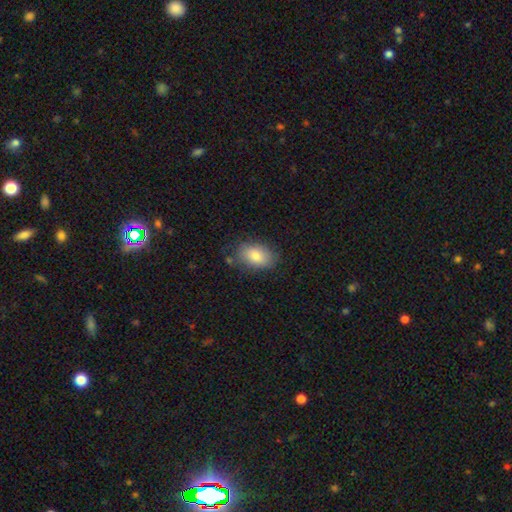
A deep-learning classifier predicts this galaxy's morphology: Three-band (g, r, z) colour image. It shows a smooth galaxy with no disk features (80%) that is in between round and cigar-shaped (88%). Merging: none (77%).